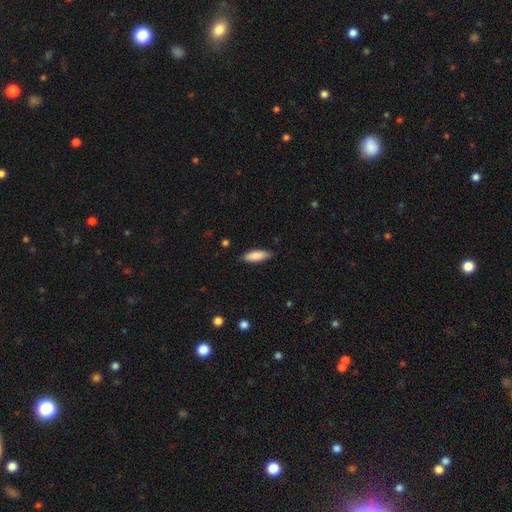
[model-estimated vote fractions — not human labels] Overall: smooth (86%). How rounded: in between (63%; cigar-shaped 36%). Merging: none (82%).